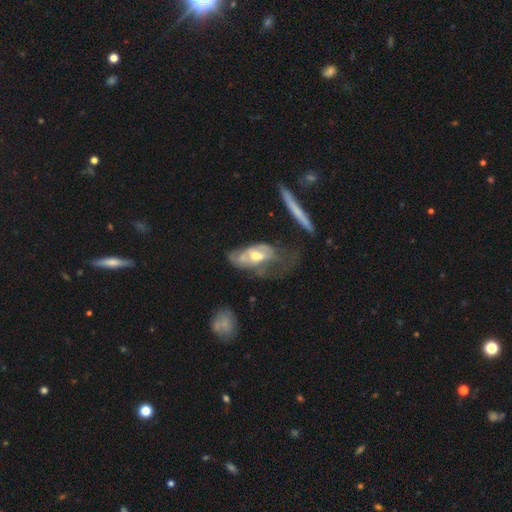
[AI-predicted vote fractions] This appears to be a featured or disk galaxy (58%) with no bar (70%), no spiral arms (60%) and a moderate central bulge (67%). Merging: major disturbance (44%).